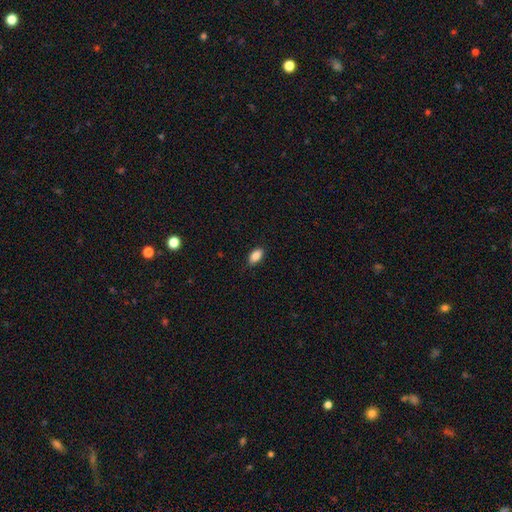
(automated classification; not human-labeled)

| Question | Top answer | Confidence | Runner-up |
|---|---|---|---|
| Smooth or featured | smooth | 87% | star or artifact (8%) |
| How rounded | in between | 91% | round (5%) |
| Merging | none | 84% | minor disturbance (13%) |